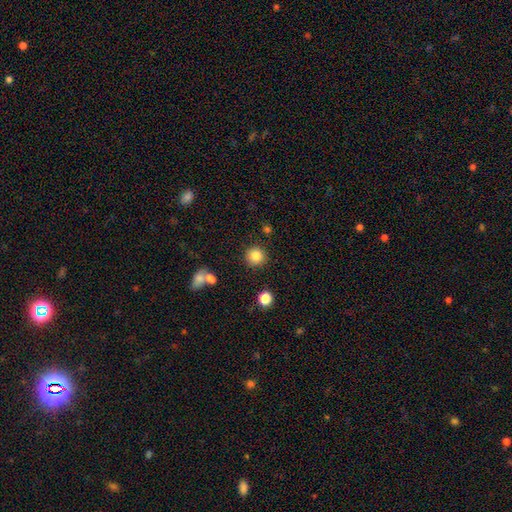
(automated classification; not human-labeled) This is clearly a smooth galaxy (83%). How rounded: clearly round (93%). Merging: clearly none (87%).